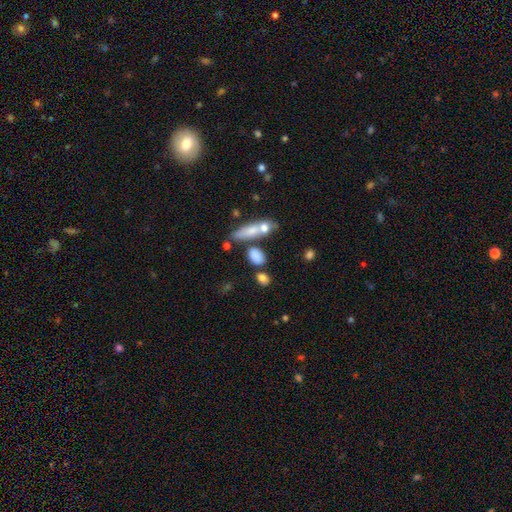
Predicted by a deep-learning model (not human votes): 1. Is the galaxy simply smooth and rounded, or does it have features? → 78% smooth, 12% featured or disk, 10% star or artifact.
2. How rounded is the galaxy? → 69% in between, 17% round, 14% cigar-shaped.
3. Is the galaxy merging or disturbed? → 56% none, 24% merger, 14% minor disturbance, 6% major disturbance.